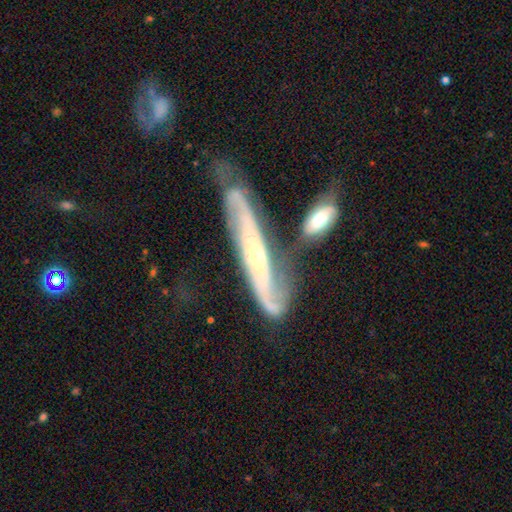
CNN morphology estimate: This appears to be a featured or disk galaxy (82%) with no bar (57%), 2 (73%) medium (40%) spiral arms (92%) and a small central bulge (58%). Merging: none (50%).